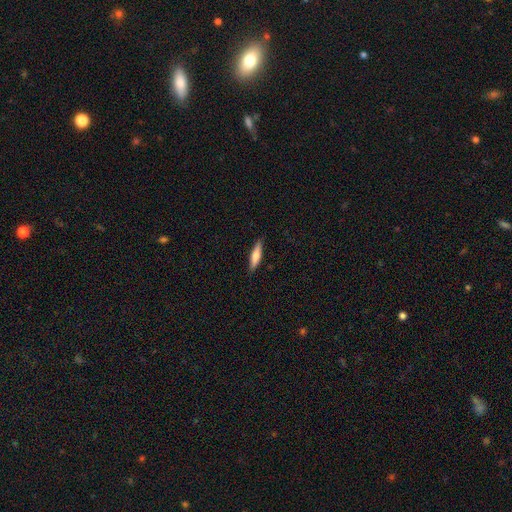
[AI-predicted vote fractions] Smooth or featured?
  - smooth: 66% *
  - featured or disk: 29%
  - star or artifact: 6%
How rounded?
  - cigar-shaped: 76% *
  - in between: 22%
  - round: 2%
Merging?
  - none: 89% *
  - minor disturbance: 9%
  - major disturbance: 2%
  - merger: 1%